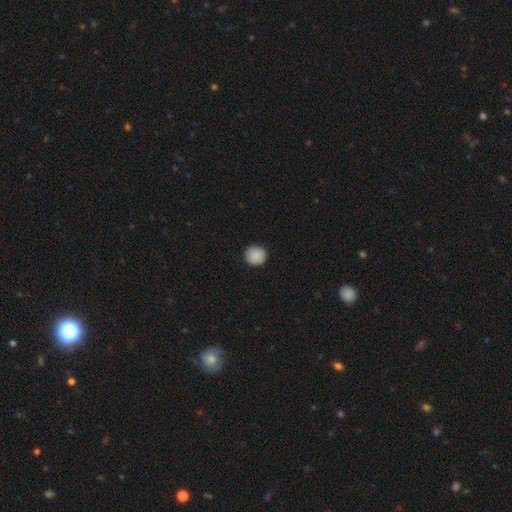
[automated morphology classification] Smooth or featured? smooth (89%)
How rounded? round (91%)
Merging? none (91%)